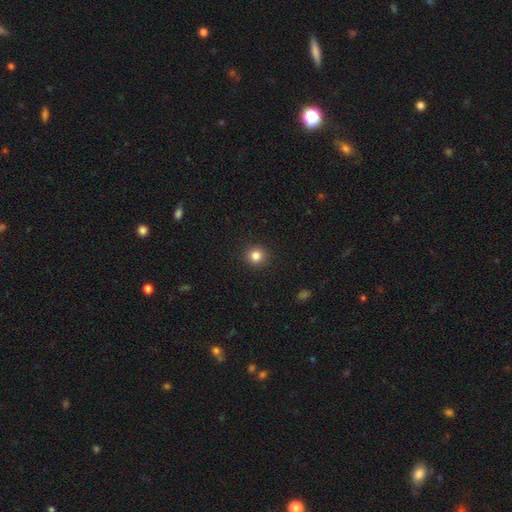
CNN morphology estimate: type=smooth (83%); roundness=round (93%); merging=none (92%).